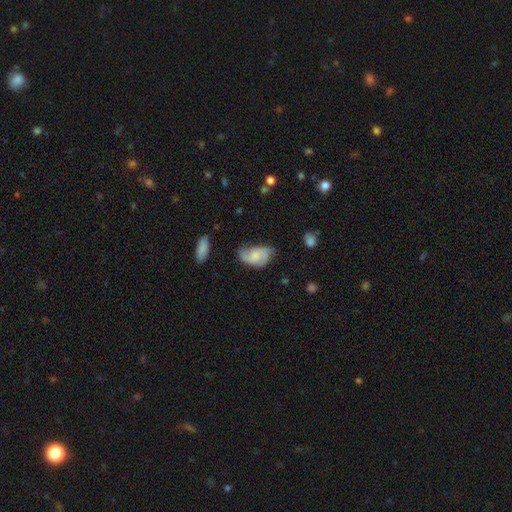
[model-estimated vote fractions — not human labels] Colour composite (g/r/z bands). It shows a featured or disk galaxy (47%). Merging: none (52%).